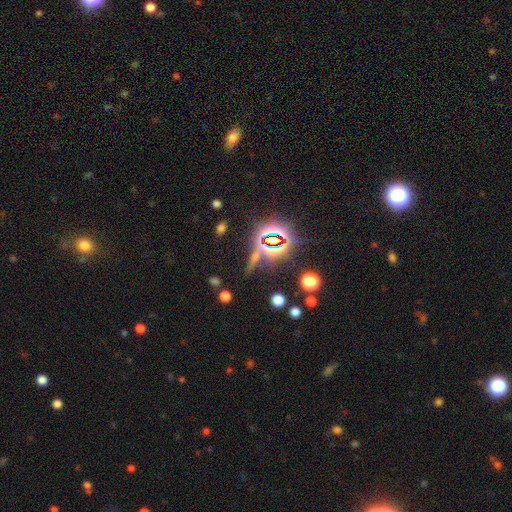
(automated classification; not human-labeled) The model was most divided on "smooth or featured": star or artifact: 68%, smooth: 18%, featured or disk: 14%.